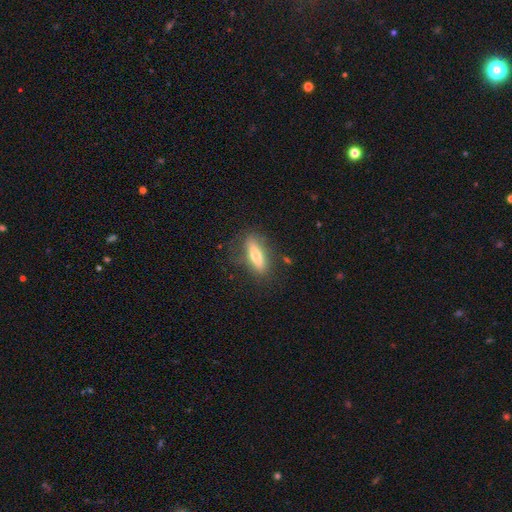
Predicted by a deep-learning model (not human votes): Smooth or featured: smooth — 62% (featured or disk — 31%)
How rounded: cigar-shaped — 58% (in between — 39%)
Merging: none — 76% (minor disturbance — 16%)